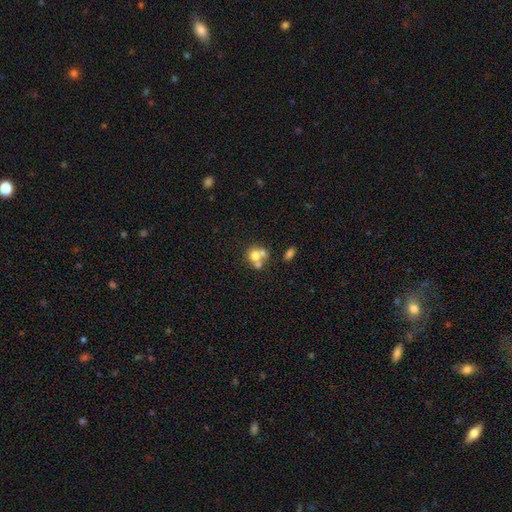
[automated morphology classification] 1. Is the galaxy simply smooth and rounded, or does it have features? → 66% smooth, 22% featured or disk, 12% star or artifact.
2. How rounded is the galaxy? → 77% round, 22% in between, 1% cigar-shaped.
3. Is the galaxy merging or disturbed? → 54% merger, 34% none, 7% minor disturbance, 5% major disturbance.